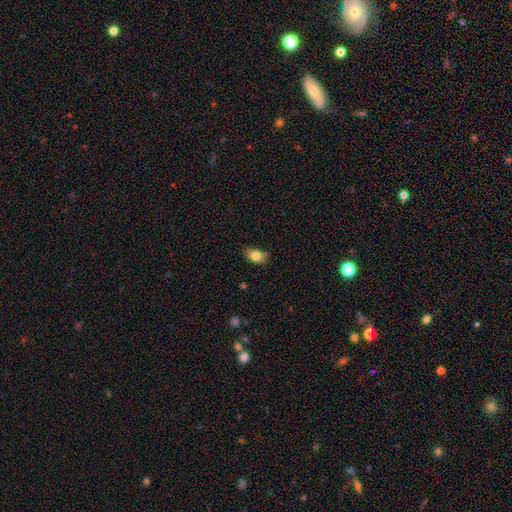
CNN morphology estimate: The model was most divided on "merging": none: 70%, minor disturbance: 23%, major disturbance: 4%, merger: 3%. More confident: how rounded — in between (83%); smooth or featured — smooth (81%).